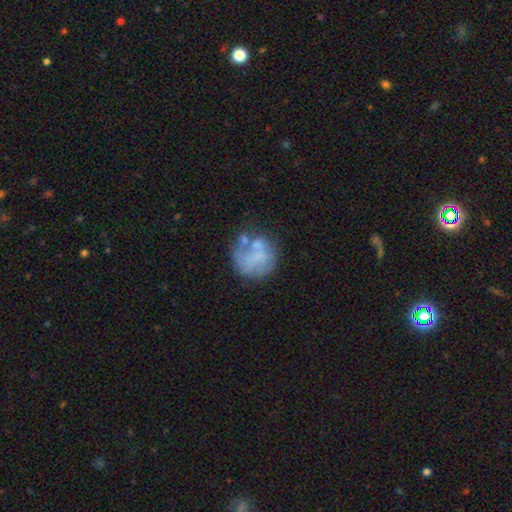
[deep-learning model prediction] smooth-or-featured: smooth: 47% | featured or disk: 42% | star or artifact: 11%
  merging: none: 48% | minor disturbance: 20% | major disturbance: 18% | merger: 14%